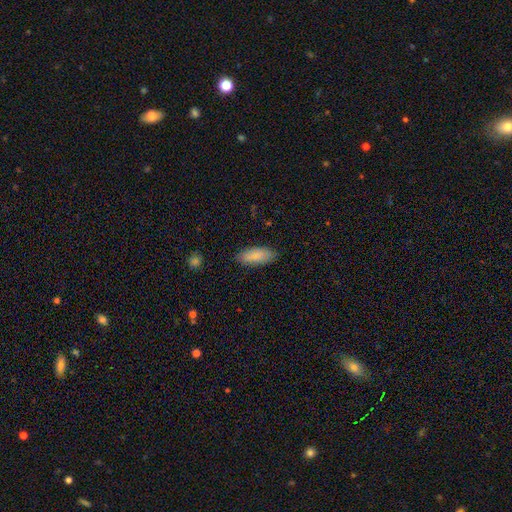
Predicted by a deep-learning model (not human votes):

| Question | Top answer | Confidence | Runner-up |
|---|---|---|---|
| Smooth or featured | smooth | 86% | featured or disk (8%) |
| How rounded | in between | 82% | cigar-shaped (16%) |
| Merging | none | 86% | minor disturbance (11%) |